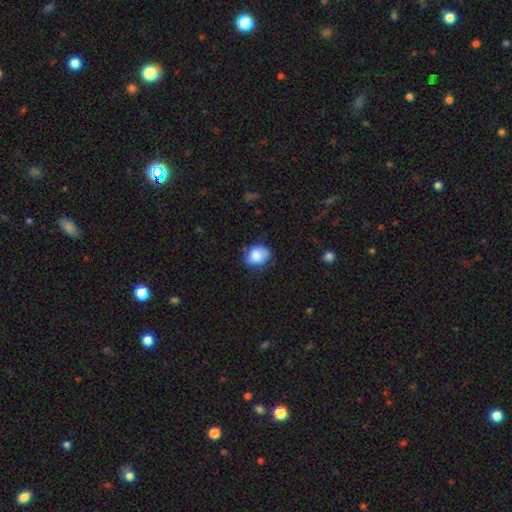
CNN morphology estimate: Smooth or featured? Predicted: smooth (p=0.80). How rounded? Predicted: in between (p=0.61). Merging? Predicted: none (p=0.56).